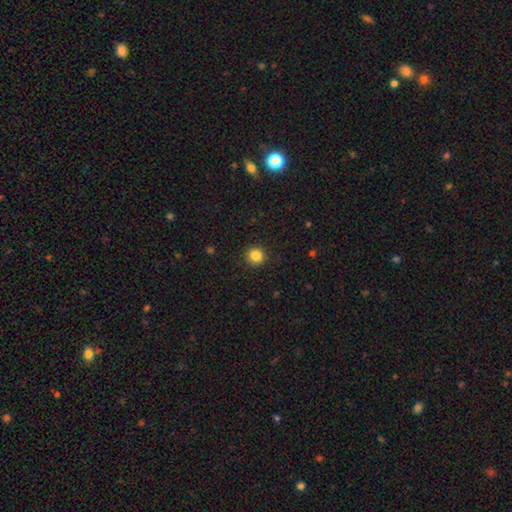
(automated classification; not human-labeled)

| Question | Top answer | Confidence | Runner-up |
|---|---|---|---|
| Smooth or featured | smooth | 85% | star or artifact (11%) |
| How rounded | round | 94% | in between (5%) |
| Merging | none | 92% | minor disturbance (5%) |